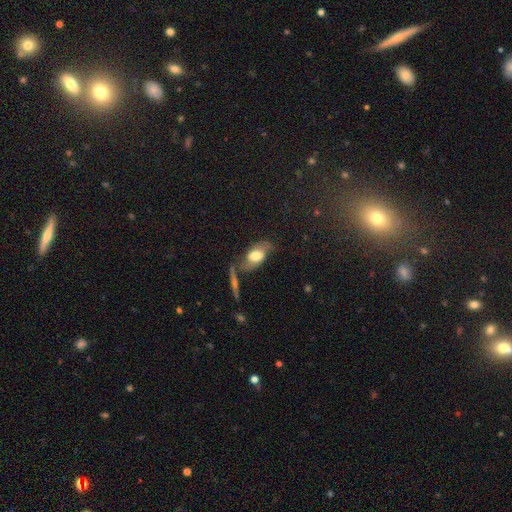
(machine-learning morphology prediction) smooth_or_featured: featured or disk (p=0.50) [alt: smooth p=0.42]
merging: none (p=0.53) [alt: minor disturbance p=0.23]